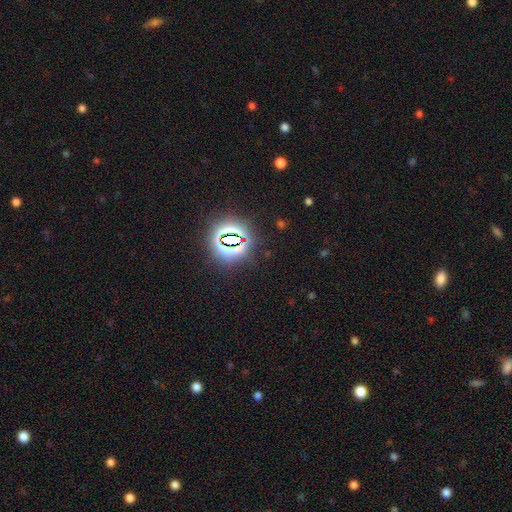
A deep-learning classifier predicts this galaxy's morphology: A star or artifact, not a galaxy (84%).